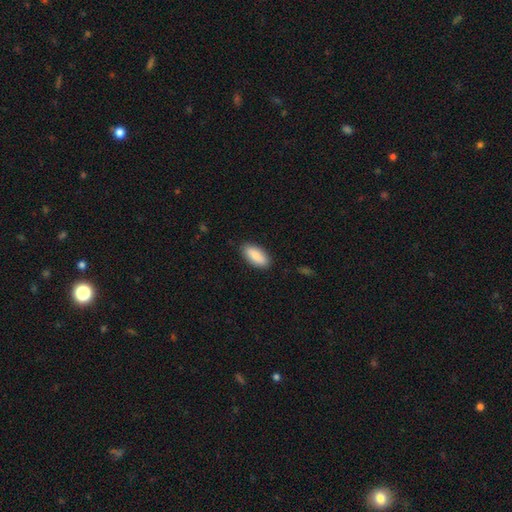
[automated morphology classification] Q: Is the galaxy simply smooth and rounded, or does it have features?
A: smooth — 84%.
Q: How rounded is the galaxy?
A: in between — 89%.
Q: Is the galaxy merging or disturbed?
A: none — 87%.